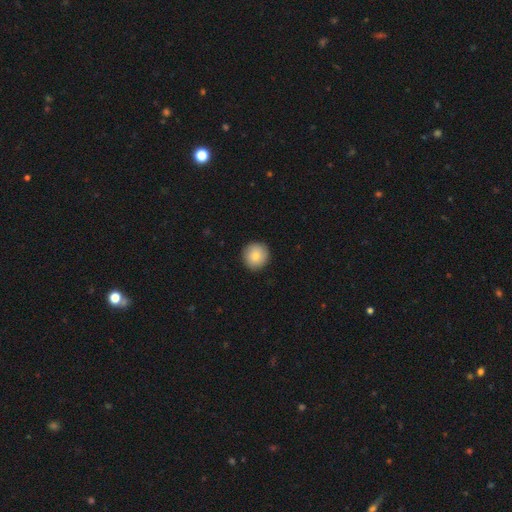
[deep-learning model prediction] Smooth or featured?
  - smooth: 81% *
  - featured or disk: 11%
  - star or artifact: 7%
How rounded?
  - round: 94% *
  - in between: 5%
  - cigar-shaped: 1%
Merging?
  - none: 90% *
  - minor disturbance: 8%
  - major disturbance: 2%
  - merger: 1%